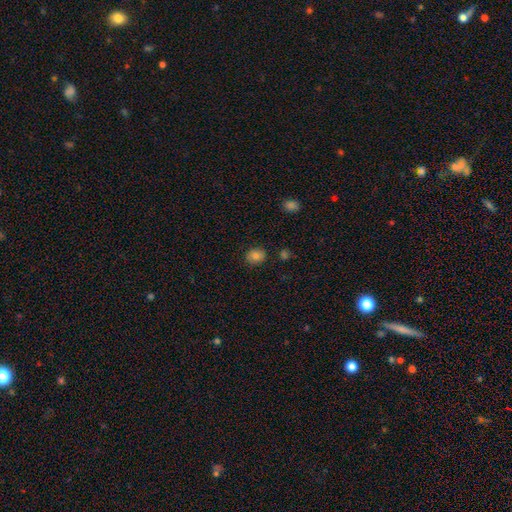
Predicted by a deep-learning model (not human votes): A smooth galaxy with no disk features (80%) that is round (57%). Merging: none (84%).